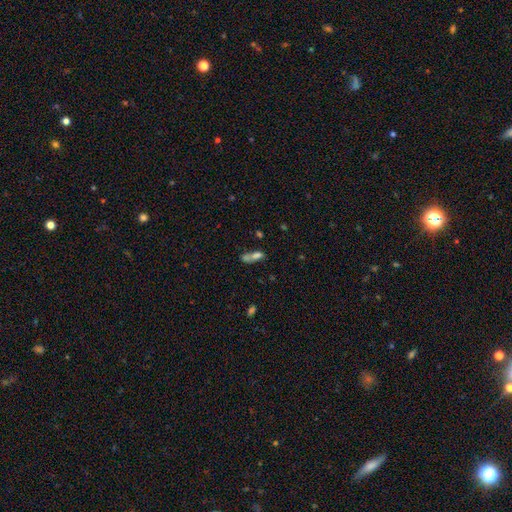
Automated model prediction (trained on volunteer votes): smooth-or-featured: smooth: 67% | featured or disk: 19% | star or artifact: 14%
  how-rounded: in between: 71% | cigar-shaped: 20% | round: 9%
  merging: merger: 51% | none: 25% | minor disturbance: 13% | major disturbance: 12%